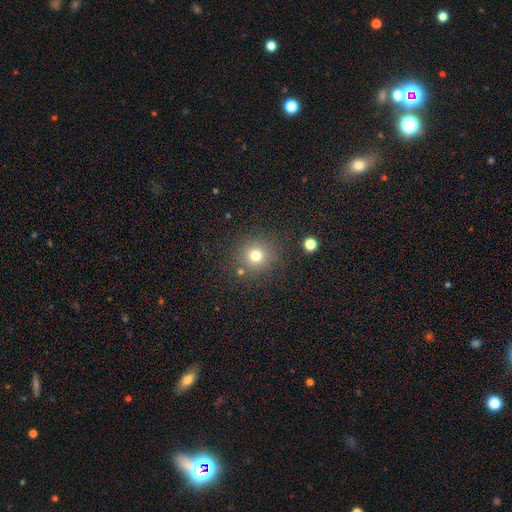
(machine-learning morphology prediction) smooth_or_featured: smooth (p=0.75) [alt: star or artifact p=0.17]
how_rounded: round (p=0.93) [alt: in between p=0.06]
merging: none (p=0.84) [alt: minor disturbance p=0.08]